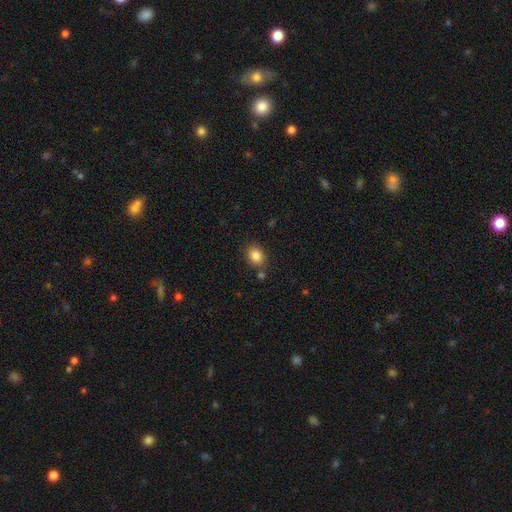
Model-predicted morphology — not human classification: Smooth or featured? Predicted: smooth (p=0.85). How rounded? Predicted: in between (p=0.54). Merging? Predicted: none (p=0.79).